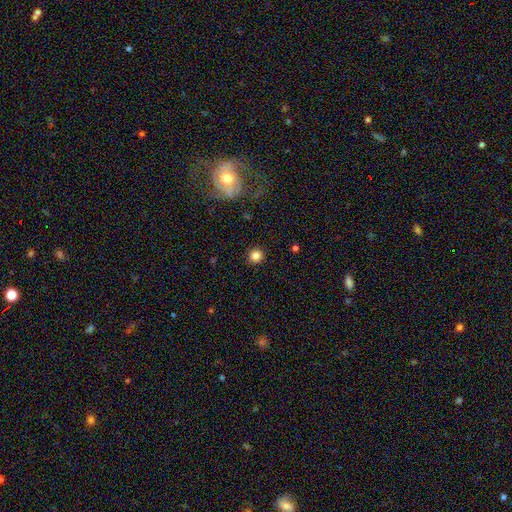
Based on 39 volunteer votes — Morphology: type=smooth (87%); roundness=round (88%); merging=none (86%).